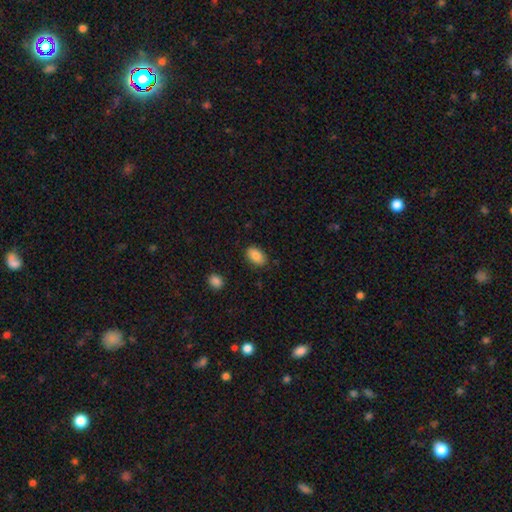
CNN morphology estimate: A smooth galaxy with no disk features (86%) that is in between round and cigar-shaped (91%). Merging: none (85%).